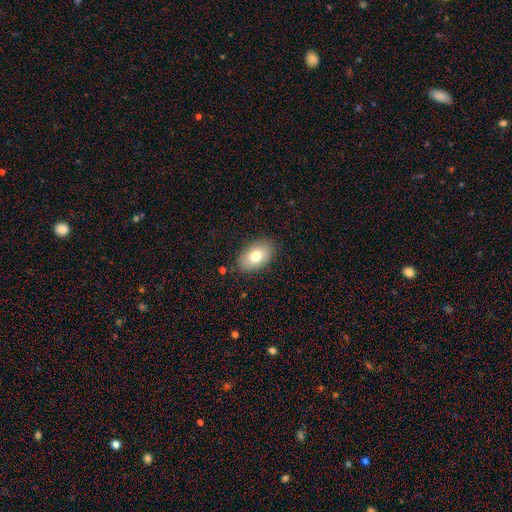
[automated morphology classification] Smooth or featured? smooth (77%)
How rounded? in between (89%)
Merging? none (86%)